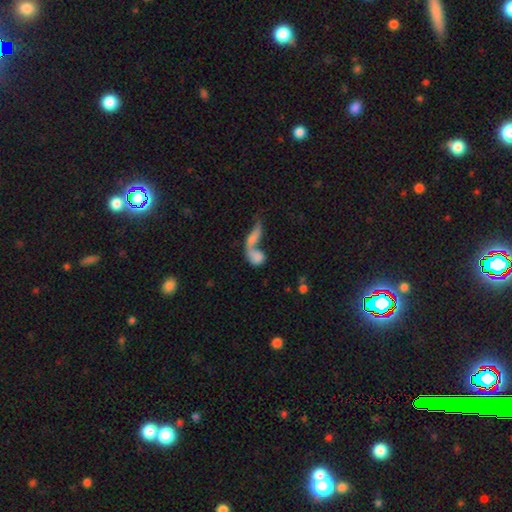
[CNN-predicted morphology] A smooth galaxy with no disk features (60%) that is in between round and cigar-shaped (61%). Merging: merger (70%).